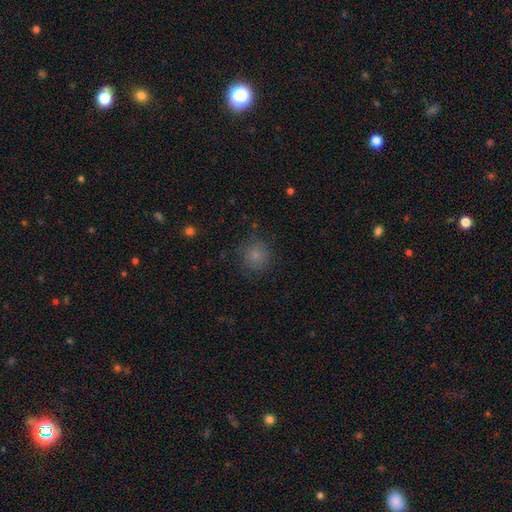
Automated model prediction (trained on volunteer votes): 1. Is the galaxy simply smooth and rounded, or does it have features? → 80% smooth, 13% star or artifact, 8% featured or disk.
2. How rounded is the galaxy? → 90% round, 9% in between, 1% cigar-shaped.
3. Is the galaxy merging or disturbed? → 78% none, 15% minor disturbance, 6% major disturbance, 1% merger.